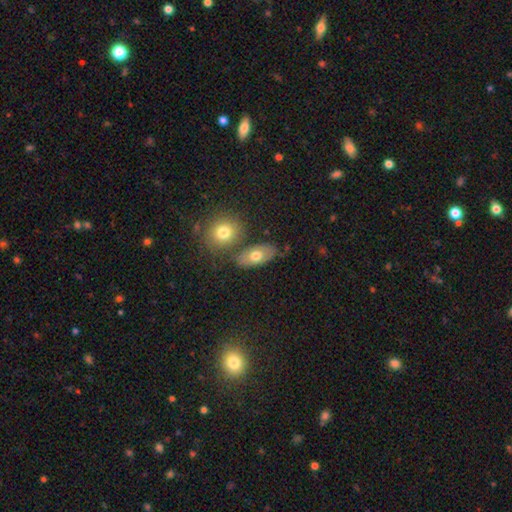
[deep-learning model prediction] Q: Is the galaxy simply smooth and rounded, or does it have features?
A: smooth — 69%.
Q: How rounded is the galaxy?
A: in between — 87%.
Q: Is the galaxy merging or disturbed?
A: none — 70%.